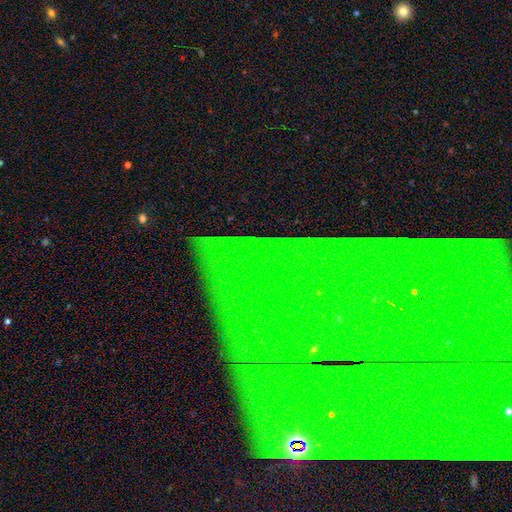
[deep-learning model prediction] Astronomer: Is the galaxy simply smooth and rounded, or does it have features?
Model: star or artifact — 82%.